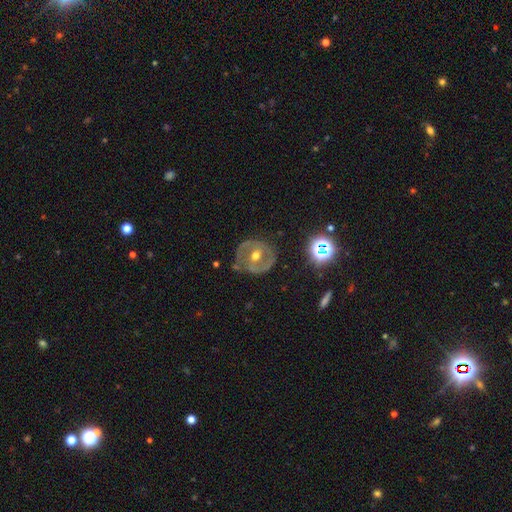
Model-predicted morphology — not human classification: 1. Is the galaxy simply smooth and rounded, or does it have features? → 71% featured or disk, 20% smooth, 9% star or artifact.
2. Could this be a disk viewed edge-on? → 96% no, 4% yes.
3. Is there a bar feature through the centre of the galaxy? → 42% no, 38% weak, 21% strong.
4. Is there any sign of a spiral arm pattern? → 64% yes, 36% no.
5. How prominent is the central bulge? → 77% moderate, 17% small, 4% large, 1% none, 1% dominant.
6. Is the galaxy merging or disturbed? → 71% none, 19% minor disturbance, 8% major disturbance, 3% merger.